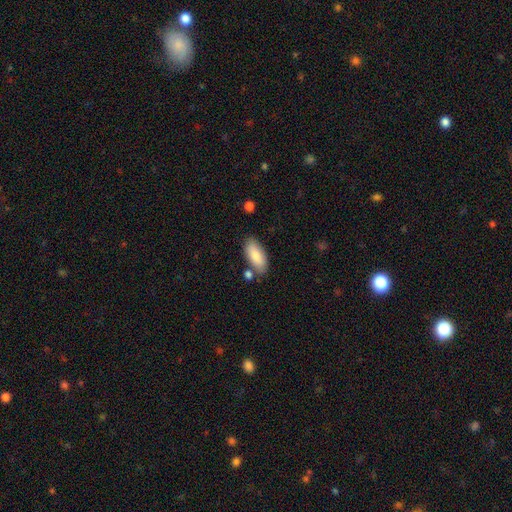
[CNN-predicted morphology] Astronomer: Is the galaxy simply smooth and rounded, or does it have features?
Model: smooth — 83%.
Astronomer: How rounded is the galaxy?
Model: in between — 88%.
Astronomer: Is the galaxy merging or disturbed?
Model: none — 75%.